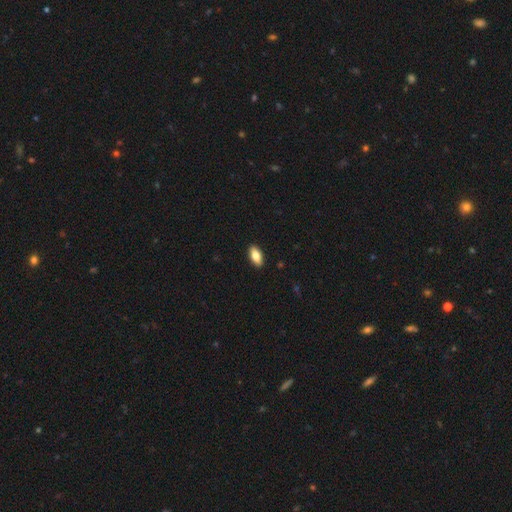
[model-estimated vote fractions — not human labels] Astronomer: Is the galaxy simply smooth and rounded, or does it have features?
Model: smooth — 80%.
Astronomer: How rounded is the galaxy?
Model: in between — 88%.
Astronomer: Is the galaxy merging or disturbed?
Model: none — 90%.